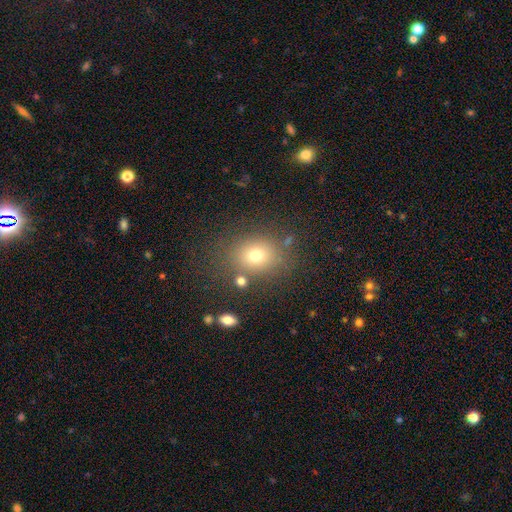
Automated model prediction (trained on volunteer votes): A smooth galaxy with no disk features (72%) that is round (59%).

Vote fractions:
- Smooth or featured? smooth: 72% / star or artifact: 16% / featured or disk: 12%
- How rounded? round: 59% / in between: 40% / cigar-shaped: 1%
- Merging? none: 77% / minor disturbance: 12% / merger: 6% / major disturbance: 5%